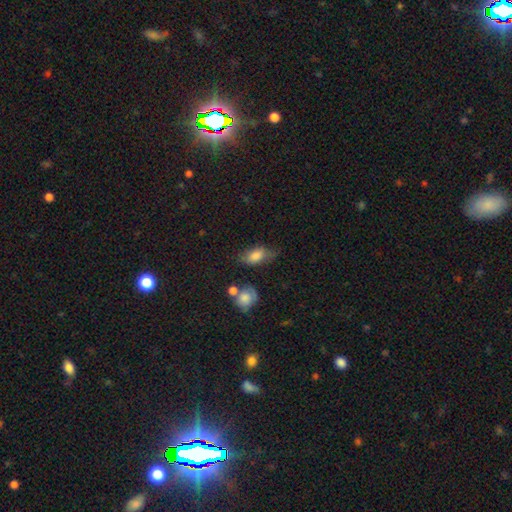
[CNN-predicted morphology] Q: Smooth or featured?
A: smooth (76%); runner-up: featured or disk (15%)
Q: How rounded?
A: in between (87%); runner-up: round (8%)
Q: Merging?
A: none (46%); runner-up: minor disturbance (33%)